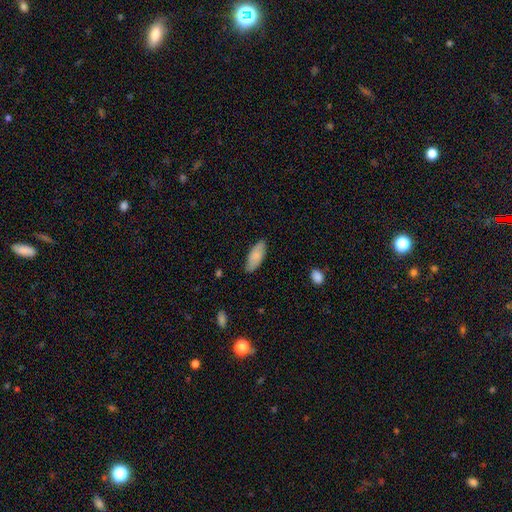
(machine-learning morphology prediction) Smooth or featured? Predicted: smooth (p=0.82). How rounded? Predicted: in between (p=0.82). Merging? Predicted: none (p=0.81).